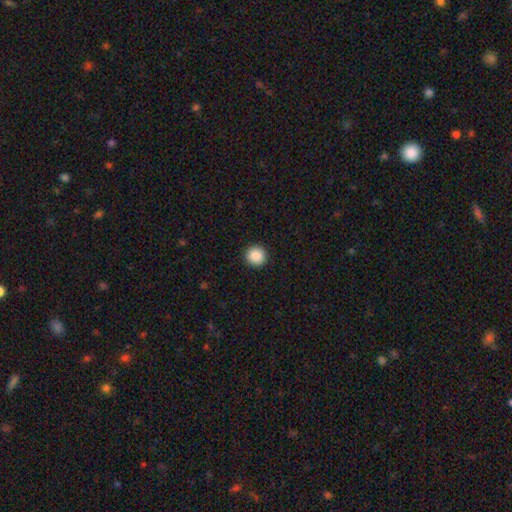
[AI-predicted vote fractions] This is clearly a smooth galaxy (88%). How rounded: clearly round (95%). Merging: clearly none (93%).